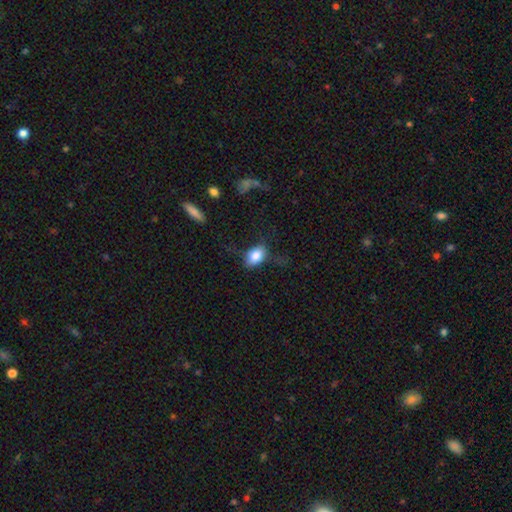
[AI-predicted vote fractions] smooth 82%, featured or disk 10%, star or artifact 8%. Down the decision tree: how rounded — in between (85%); merging — none (59%).